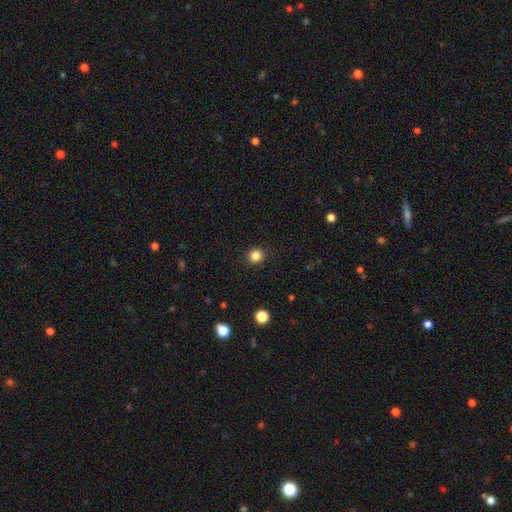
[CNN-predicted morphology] smooth 84%, star or artifact 12%, featured or disk 4%. Down the decision tree: how rounded — round (94%); merging — none (92%).